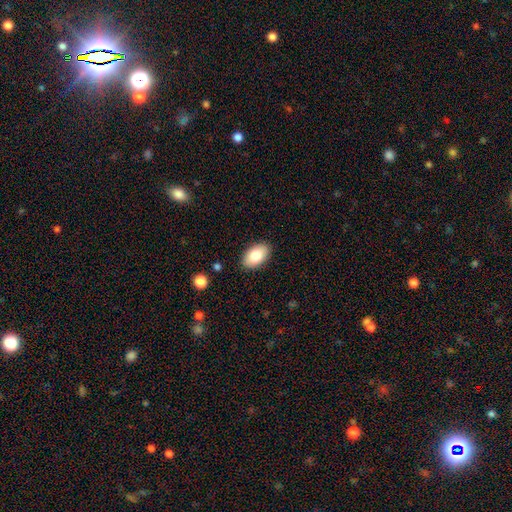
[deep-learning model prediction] Morphology: type=smooth (81%); roundness=in between (93%); merging=none (88%).